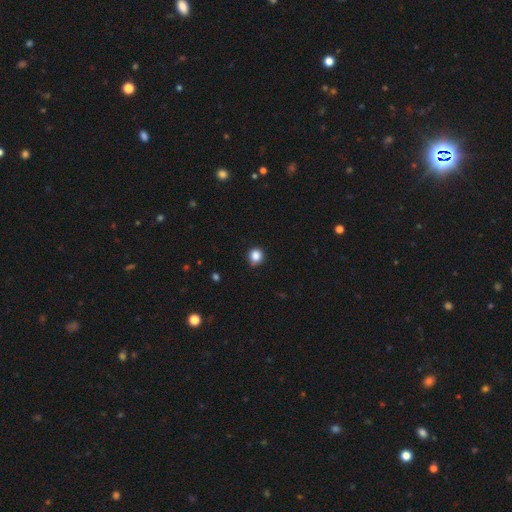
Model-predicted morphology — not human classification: type=smooth (85%); roundness=round (89%); merging=none (79%).